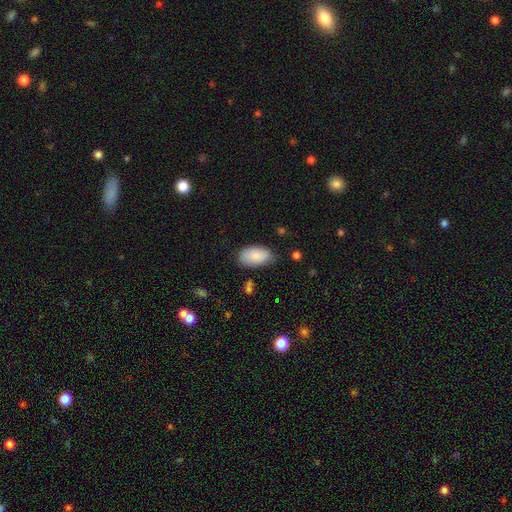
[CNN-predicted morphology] Smooth or featured?
  - smooth: 85% *
  - featured or disk: 8%
  - star or artifact: 6%
How rounded?
  - in between: 95% *
  - round: 3%
  - cigar-shaped: 2%
Merging?
  - none: 73% *
  - minor disturbance: 21%
  - major disturbance: 4%
  - merger: 2%